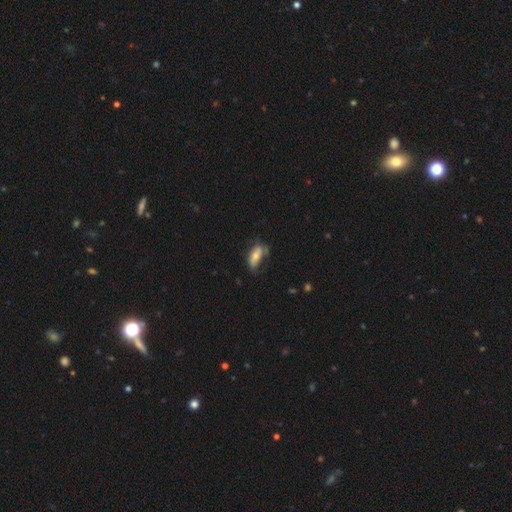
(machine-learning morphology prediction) This appears to be a smooth galaxy with no disk features (67%) that is in between round and cigar-shaped (78%). Merging: none (44%).